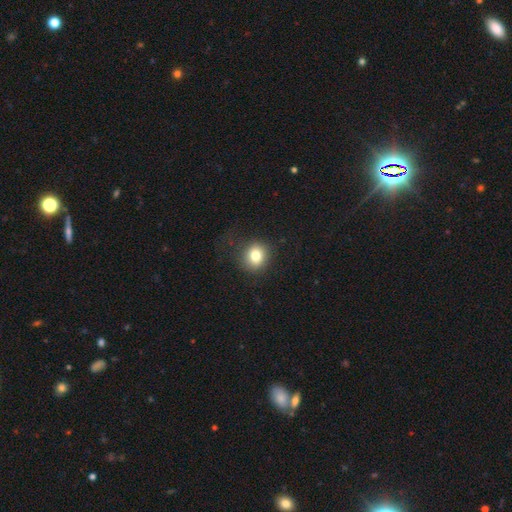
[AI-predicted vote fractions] Q: Smooth or featured?
A: smooth (80%); runner-up: star or artifact (11%)
Q: How rounded?
A: round (75%); runner-up: in between (24%)
Q: Merging?
A: none (83%); runner-up: minor disturbance (11%)